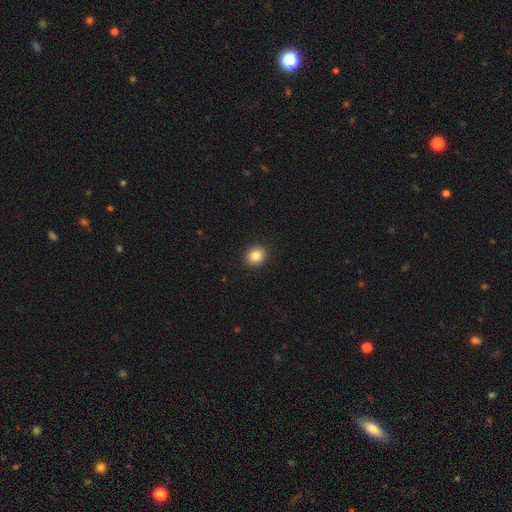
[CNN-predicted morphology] Smooth or featured: smooth — 85% (star or artifact — 10%)
How rounded: round — 73% (in between — 26%)
Merging: none — 92% (minor disturbance — 6%)